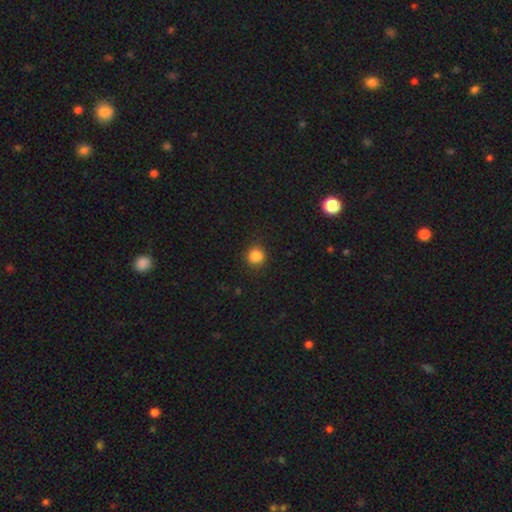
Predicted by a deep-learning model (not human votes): smooth-or-featured: smooth: 85% | star or artifact: 11% | featured or disk: 4%
  how-rounded: round: 89% | in between: 10% | cigar-shaped: 1%
  merging: none: 87% | minor disturbance: 9% | major disturbance: 3% | merger: 1%